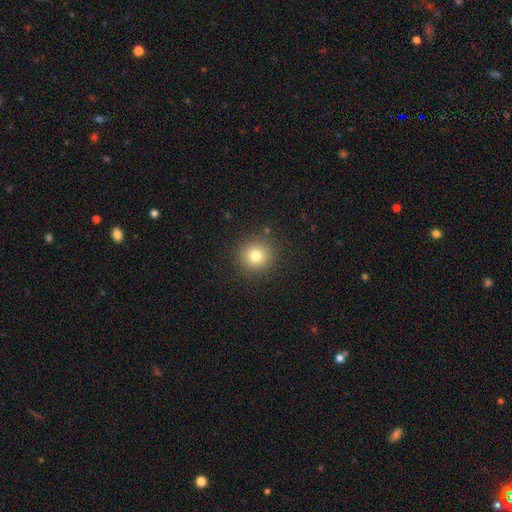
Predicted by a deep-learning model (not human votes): Smooth or featured: smooth — 78% (star or artifact — 13%)
How rounded: round — 93% (in between — 6%)
Merging: none — 89% (minor disturbance — 7%)